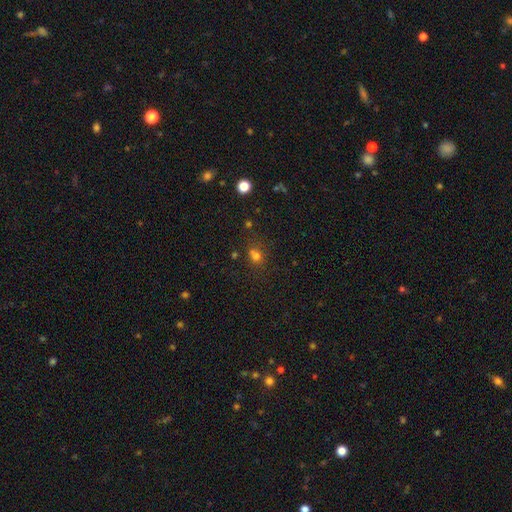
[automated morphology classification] A smooth galaxy with no disk features (69%) that is round (59%).

Vote fractions:
- Smooth or featured? smooth: 69% / star or artifact: 22% / featured or disk: 9%
- How rounded? round: 59% / in between: 40% / cigar-shaped: 2%
- Merging? none: 59% / merger: 18% / minor disturbance: 17% / major disturbance: 7%